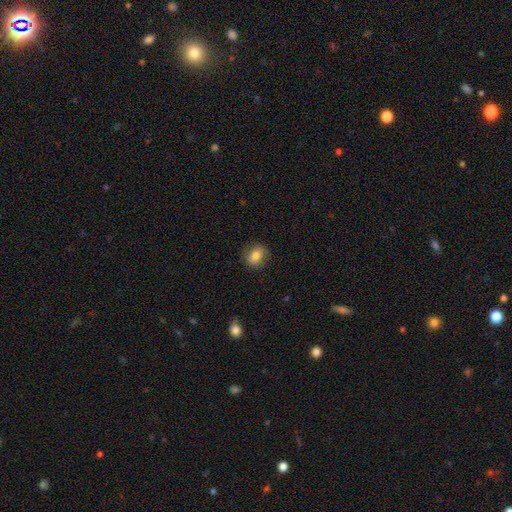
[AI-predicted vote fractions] smooth 77%, featured or disk 14%, star or artifact 9%. Down the decision tree: how rounded — round (59%); merging — none (83%).